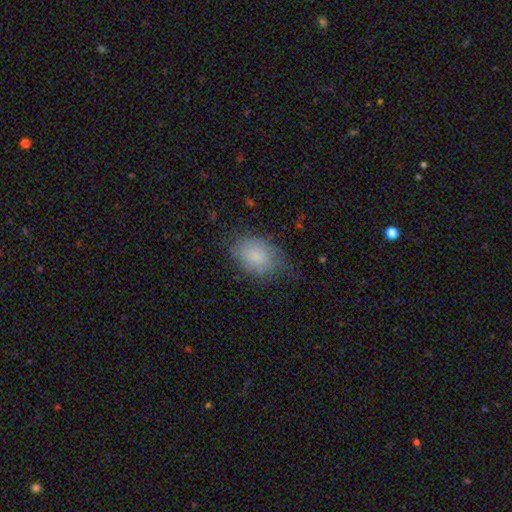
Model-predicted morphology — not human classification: A smooth galaxy with no disk features (76%) that is in between round and cigar-shaped (80%).

Vote fractions:
- Smooth or featured? smooth: 76% / featured or disk: 16% / star or artifact: 8%
- How rounded? in between: 80% / round: 18% / cigar-shaped: 1%
- Merging? none: 58% / minor disturbance: 30% / major disturbance: 11% / merger: 1%